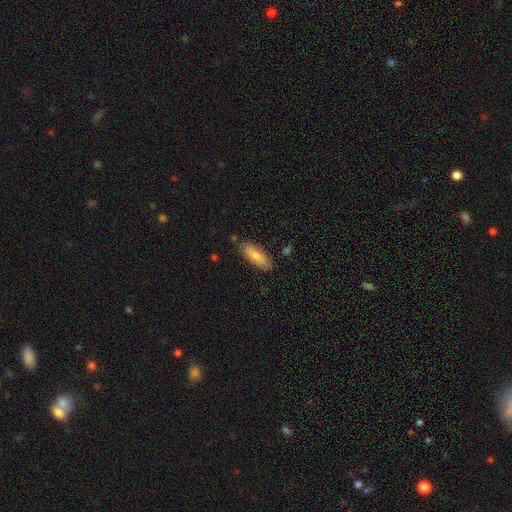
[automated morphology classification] A smooth galaxy with no disk features (75%) that is in between round and cigar-shaped (71%).

Vote fractions:
- Smooth or featured? smooth: 75% / featured or disk: 19% / star or artifact: 6%
- How rounded? in between: 71% / cigar-shaped: 27% / round: 2%
- Merging? none: 80% / minor disturbance: 15% / major disturbance: 3% / merger: 3%